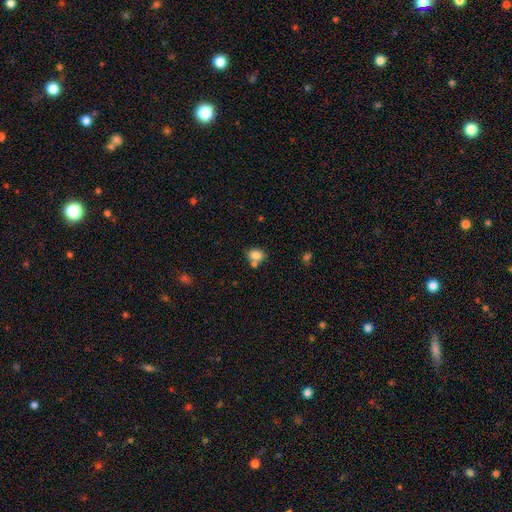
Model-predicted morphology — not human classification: The model was most divided on "how rounded": in between: 61%, round: 37%, cigar-shaped: 1%. More confident: smooth or featured — smooth (81%); merging — none (55%).